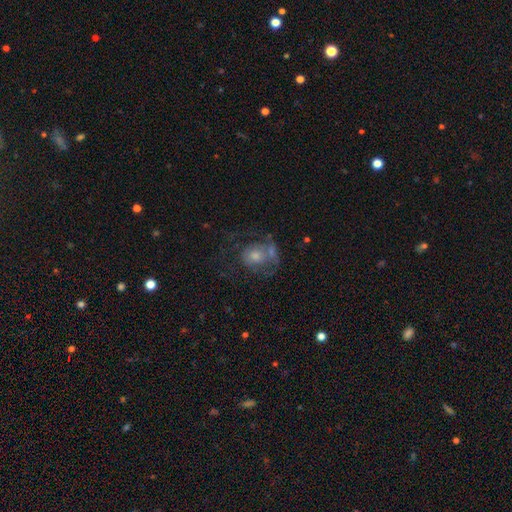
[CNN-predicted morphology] featured or disk 51%, smooth 33%, star or artifact 16%. Down the decision tree: edge-on disk — no (96%); merging — none (40%).